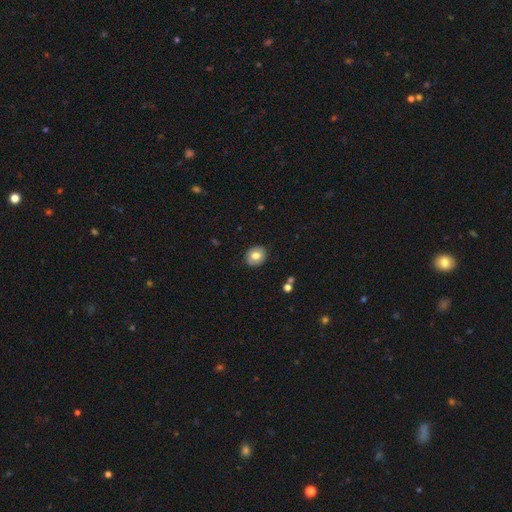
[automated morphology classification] Smooth or featured?
  - smooth: 72% *
  - featured or disk: 20%
  - star or artifact: 8%
How rounded?
  - round: 64% *
  - in between: 35%
  - cigar-shaped: 1%
Merging?
  - none: 87% *
  - minor disturbance: 10%
  - major disturbance: 2%
  - merger: 1%